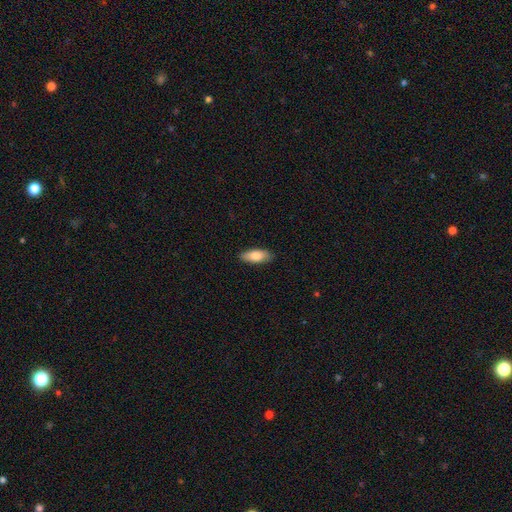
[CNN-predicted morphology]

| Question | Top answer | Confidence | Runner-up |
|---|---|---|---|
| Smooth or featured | smooth | 82% | featured or disk (12%) |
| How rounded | in between | 78% | cigar-shaped (20%) |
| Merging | none | 88% | minor disturbance (9%) |